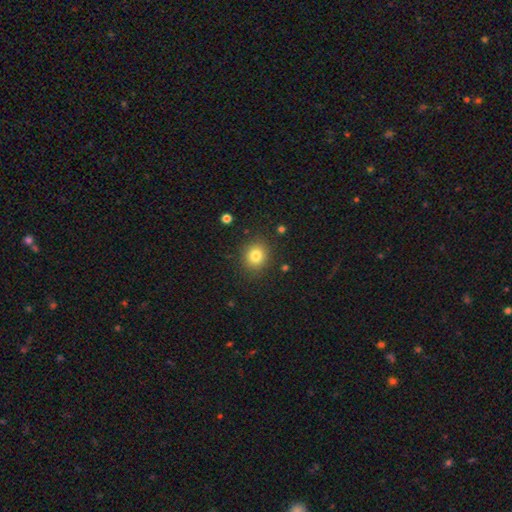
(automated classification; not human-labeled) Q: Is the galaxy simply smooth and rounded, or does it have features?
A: smooth — 81%.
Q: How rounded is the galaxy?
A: round — 77%.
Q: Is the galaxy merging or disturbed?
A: none — 87%.